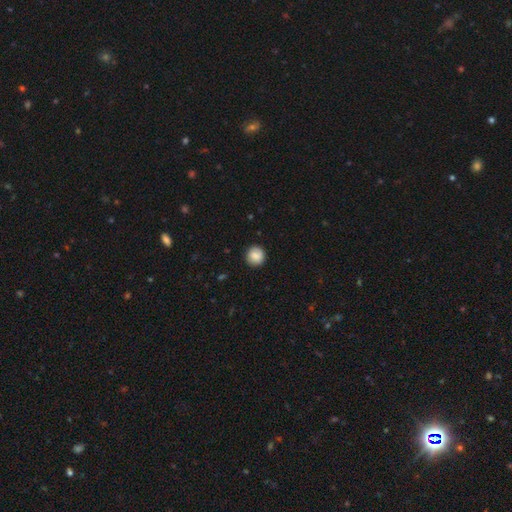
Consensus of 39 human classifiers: A smooth galaxy with no disk features (90%) that is round (97%). Merging: none (89%).